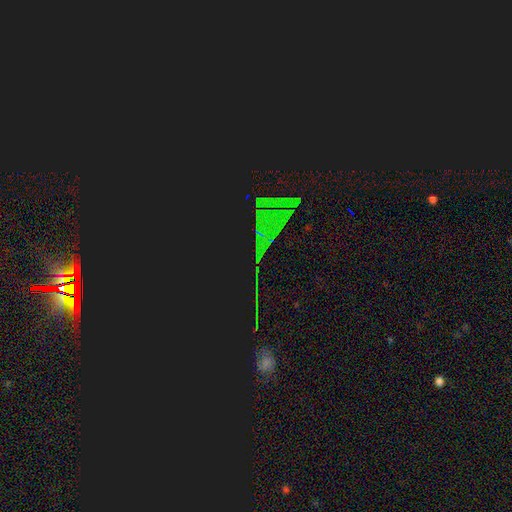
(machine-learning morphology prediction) The model was most divided on "smooth or featured": star or artifact: 76%, smooth: 12%, featured or disk: 12%.